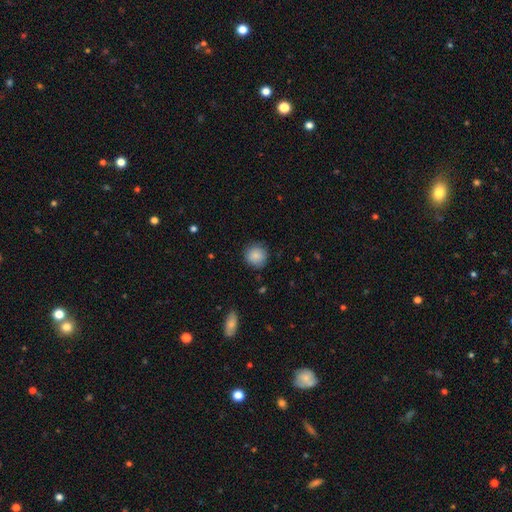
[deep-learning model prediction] Morphology: type=smooth (87%); roundness=round (92%); merging=none (85%).